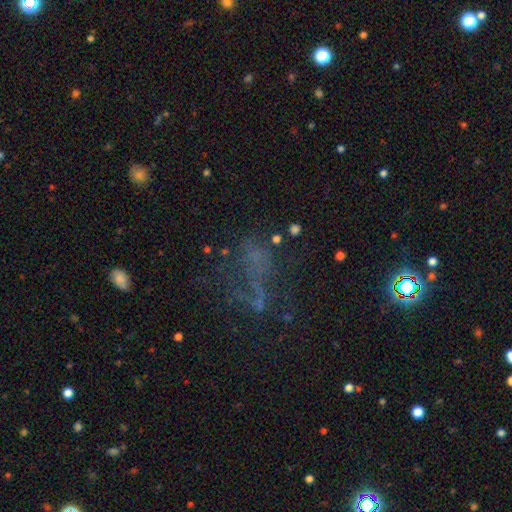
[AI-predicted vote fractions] smooth_or_featured: featured or disk (p=0.36) [alt: star or artifact p=0.35]
merging: none (p=0.41) [alt: major disturbance p=0.36]